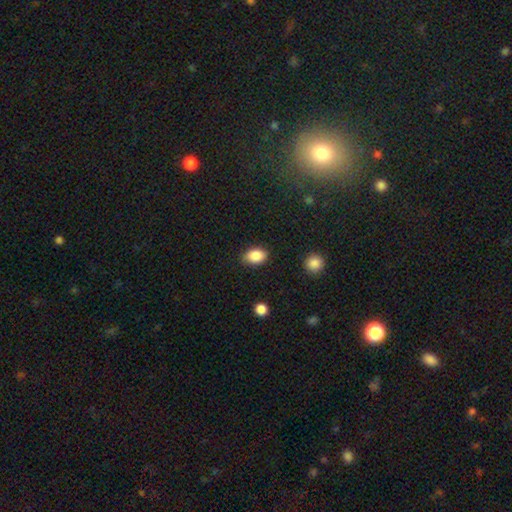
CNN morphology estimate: Smooth or featured? Predicted: smooth (p=0.88). How rounded? Predicted: in between (p=0.80). Merging? Predicted: none (p=0.82).